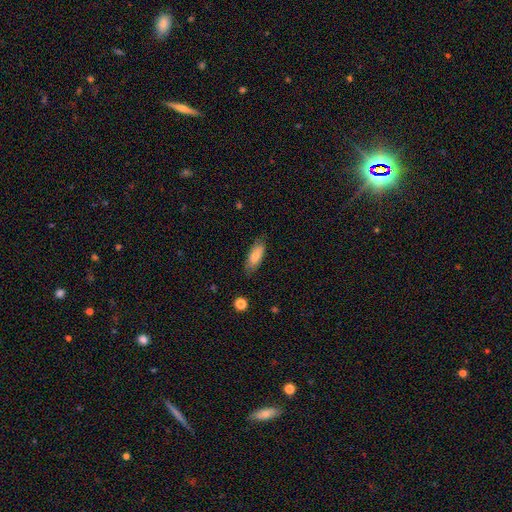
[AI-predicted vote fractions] Morphology: type=smooth (80%); roundness=in between (75%); merging=none (78%).